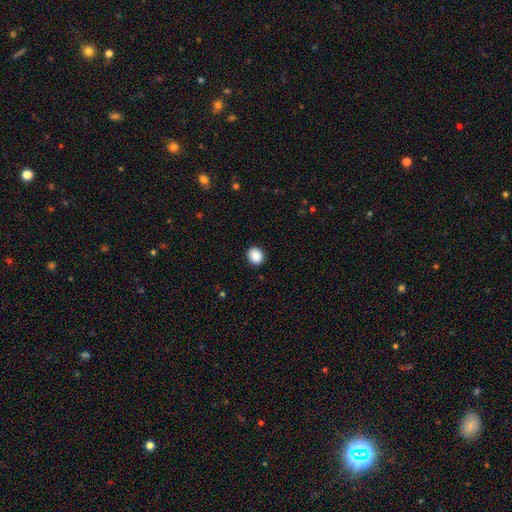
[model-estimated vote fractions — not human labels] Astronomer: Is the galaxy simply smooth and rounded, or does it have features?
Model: smooth — 88%.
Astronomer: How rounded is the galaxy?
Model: round — 74%.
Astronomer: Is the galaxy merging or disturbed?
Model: none — 91%.